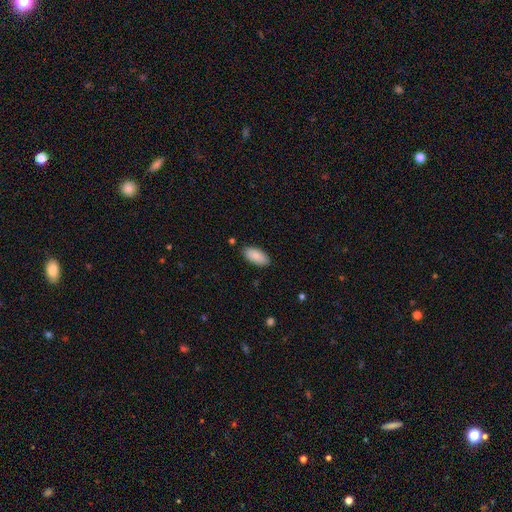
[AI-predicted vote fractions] Smooth or featured?
  - smooth: 89% *
  - star or artifact: 6%
  - featured or disk: 5%
How rounded?
  - in between: 92% *
  - cigar-shaped: 7%
  - round: 2%
Merging?
  - none: 85% *
  - minor disturbance: 11%
  - major disturbance: 2%
  - merger: 2%